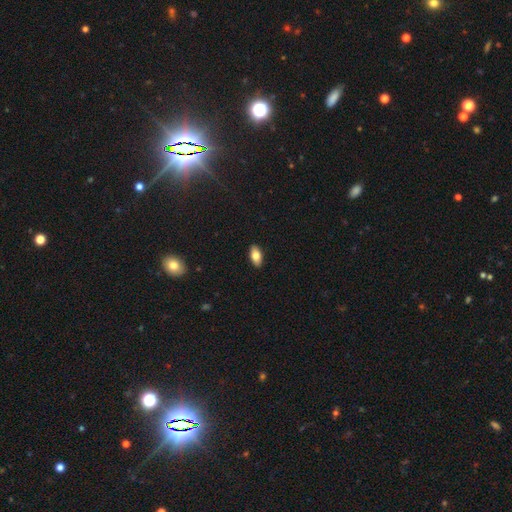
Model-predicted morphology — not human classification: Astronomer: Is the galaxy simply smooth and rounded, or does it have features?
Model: smooth — 80%.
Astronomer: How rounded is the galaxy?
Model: in between — 91%.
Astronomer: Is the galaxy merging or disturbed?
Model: none — 90%.